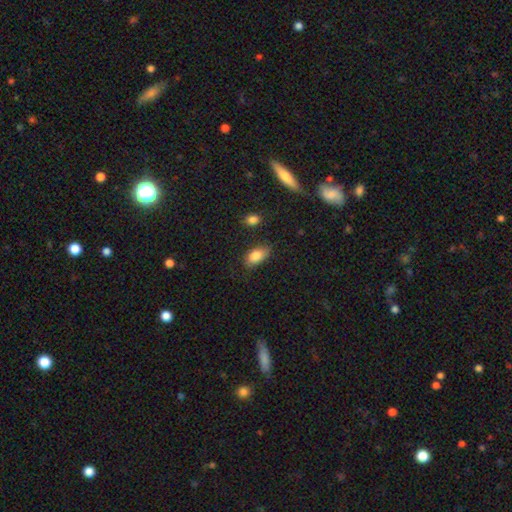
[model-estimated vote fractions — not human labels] smooth_or_featured: smooth (p=0.84) [alt: featured or disk p=0.09]
how_rounded: in between (p=0.91) [alt: round p=0.06]
merging: none (p=0.75) [alt: minor disturbance p=0.19]